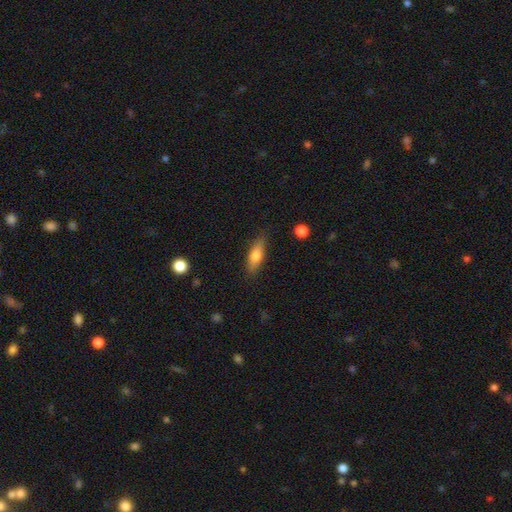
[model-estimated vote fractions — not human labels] smooth_or_featured: smooth (p=0.71) [alt: featured or disk p=0.23]
how_rounded: in between (p=0.57) [alt: cigar-shaped p=0.40]
merging: none (p=0.80) [alt: minor disturbance p=0.15]